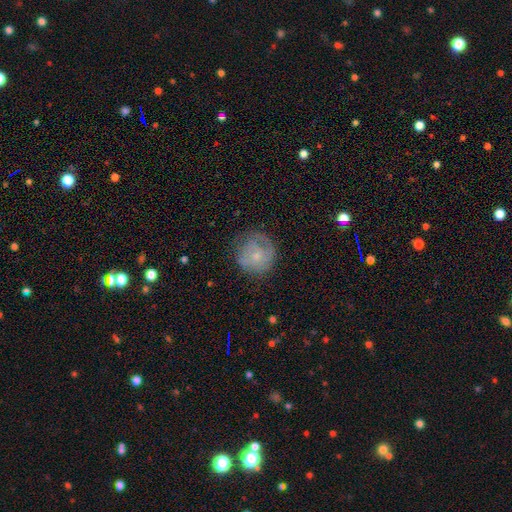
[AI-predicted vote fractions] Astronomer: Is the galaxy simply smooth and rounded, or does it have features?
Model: smooth — 49% (runner-up: featured or disk, 43%).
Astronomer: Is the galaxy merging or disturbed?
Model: none — 61%.